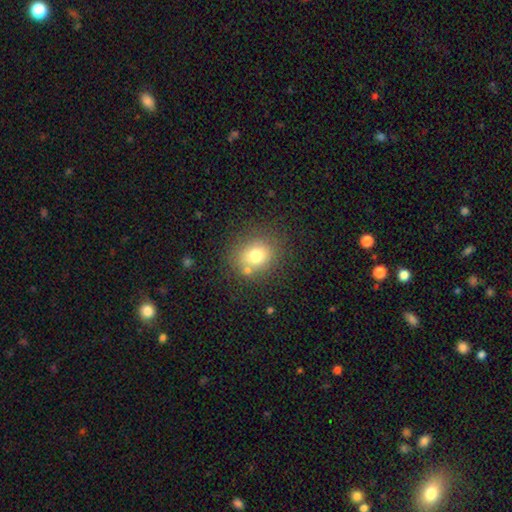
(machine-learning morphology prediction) smooth_or_featured: smooth (p=0.75) [alt: featured or disk p=0.13]
how_rounded: round (p=0.68) [alt: in between p=0.31]
merging: none (p=0.73) [alt: minor disturbance p=0.13]